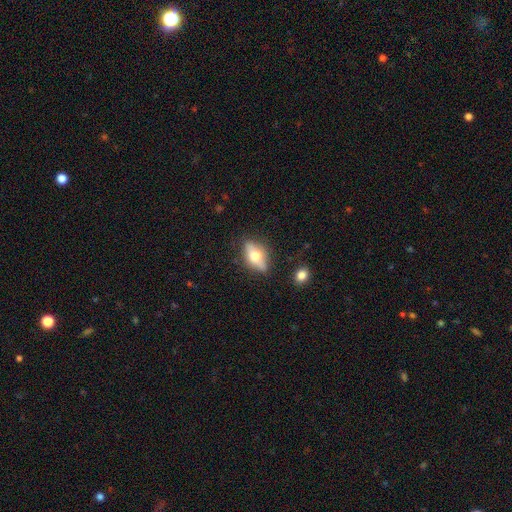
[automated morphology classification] This appears to be a smooth galaxy with no disk features (50%). Merging: none (76%).